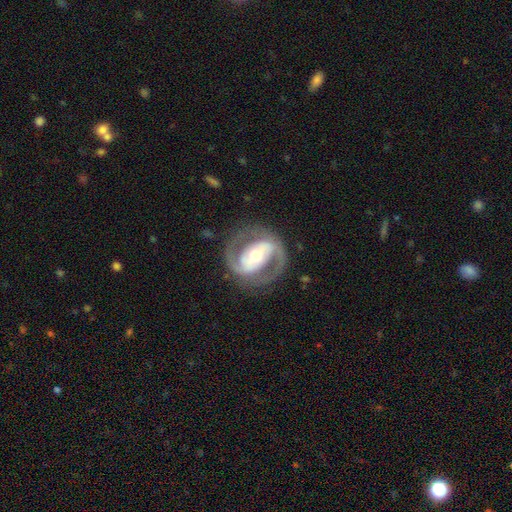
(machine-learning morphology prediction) Smooth or featured?
  - featured or disk: 88% *
  - smooth: 8%
  - star or artifact: 4%
Edge-on disk?
  - no: 97% *
  - yes: 3%
Bar?
  - strong: 52% *
  - weak: 29%
  - no: 19%
Spiral arms?
  - yes: 91% *
  - no: 9%
Spiral winding?
  - medium: 51% *
  - tight: 34%
  - loose: 14%
Spiral arm count?
  - 2: 91% *
  - can't tell: 3%
  - 1: 2%
  - 3: 1%
  - 4: 1%
  - more than 4: 1%
Bulge size?
  - moderate: 67% *
  - small: 18%
  - large: 12%
  - dominant: 1%
  - none: 1%
Merging?
  - none: 82% *
  - minor disturbance: 11%
  - major disturbance: 6%
  - merger: 1%